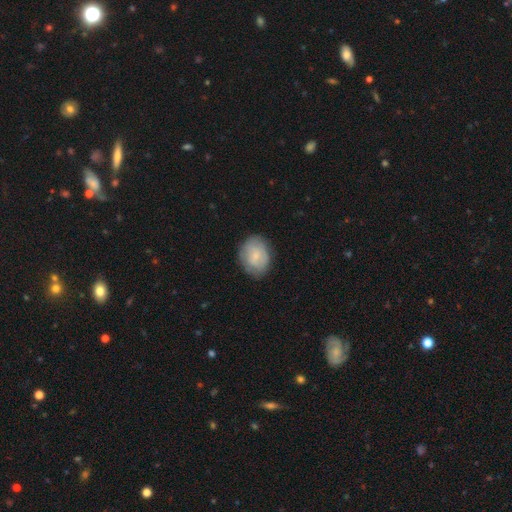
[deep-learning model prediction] This appears to be a smooth galaxy with no disk features (67%) that is in between round and cigar-shaped (56%). Merging: none (78%).